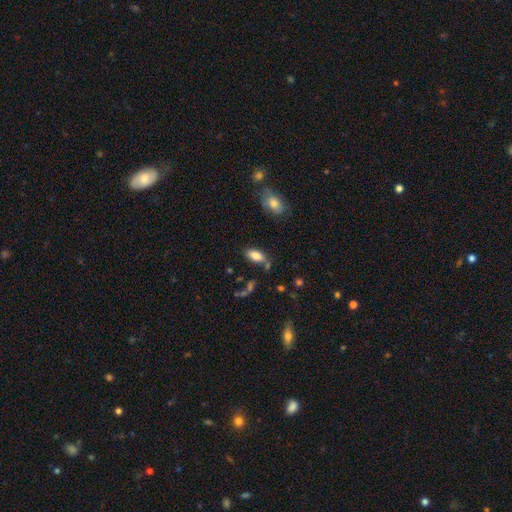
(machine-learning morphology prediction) Smooth or featured: smooth — 82% (featured or disk — 9%)
How rounded: in between — 91% (cigar-shaped — 6%)
Merging: none — 73% (minor disturbance — 15%)